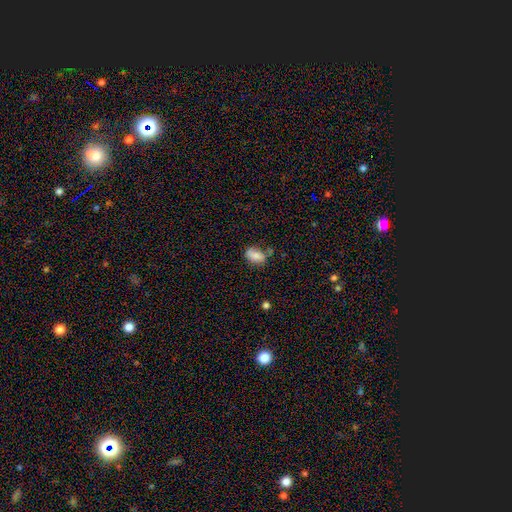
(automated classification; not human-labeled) This is likely a smooth galaxy (78%). How rounded: clearly in between (88%). Merging: possibly none (55%).